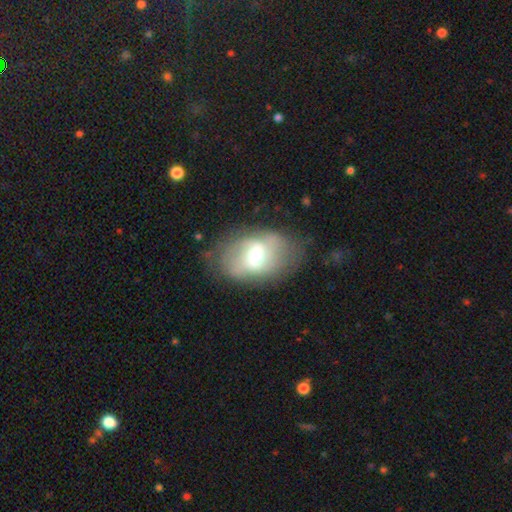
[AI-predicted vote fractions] smooth-or-featured: featured or disk: 54% | smooth: 37% | star or artifact: 9%
  disk-edge-on: no: 92% | yes: 8%
  merging: none: 63% | minor disturbance: 22% | major disturbance: 13% | merger: 2%